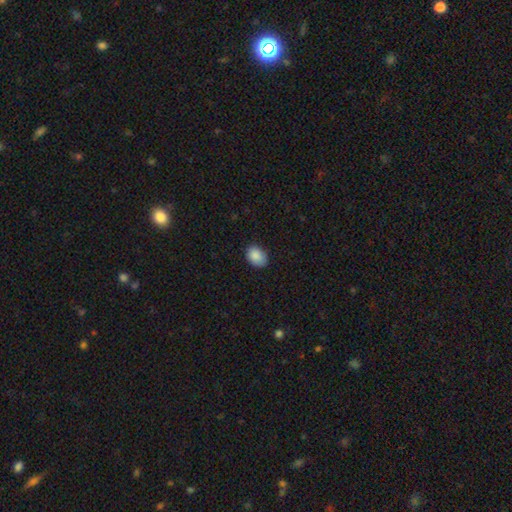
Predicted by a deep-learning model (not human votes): This appears to be a smooth galaxy with no disk features (88%) that is in between round and cigar-shaped (71%). Merging: none (82%).